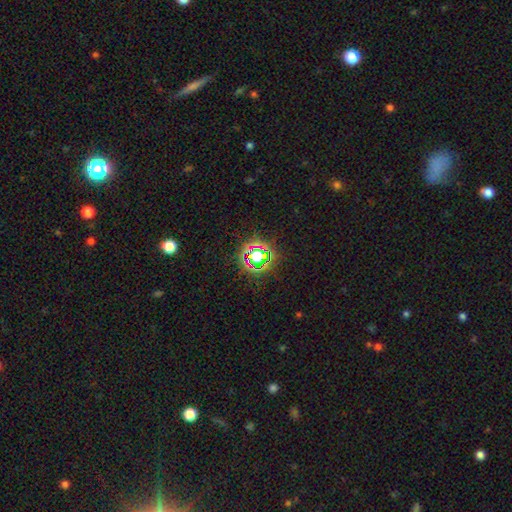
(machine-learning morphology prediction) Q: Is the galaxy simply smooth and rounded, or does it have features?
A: star or artifact — 60%.